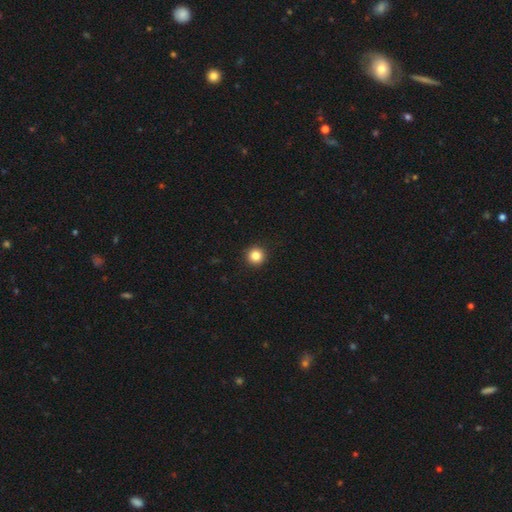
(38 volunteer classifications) A smooth galaxy with no disk features (84%) that is round (97%).

Vote fractions:
- Smooth or featured? smooth: 84% / featured or disk: 11% / star or artifact: 5%
- How rounded? round: 97% / in between: 3% / cigar-shaped: 0%
- Merging? none: 89% / minor disturbance: 8% / merger: 3% / major disturbance: 0%